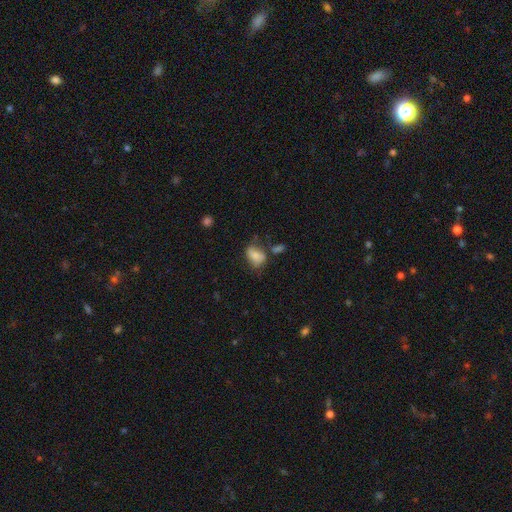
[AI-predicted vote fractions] The model was most divided on "merging": none: 44%, minor disturbance: 28%, merger: 14%, major disturbance: 13%. More confident: how rounded — in between (80%); smooth or featured — smooth (73%).